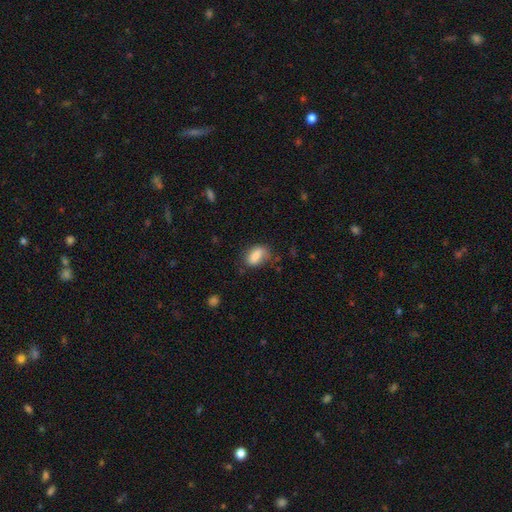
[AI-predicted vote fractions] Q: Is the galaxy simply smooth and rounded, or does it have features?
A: smooth — 82%.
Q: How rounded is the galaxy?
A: in between — 86%.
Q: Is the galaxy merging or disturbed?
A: none — 62%.